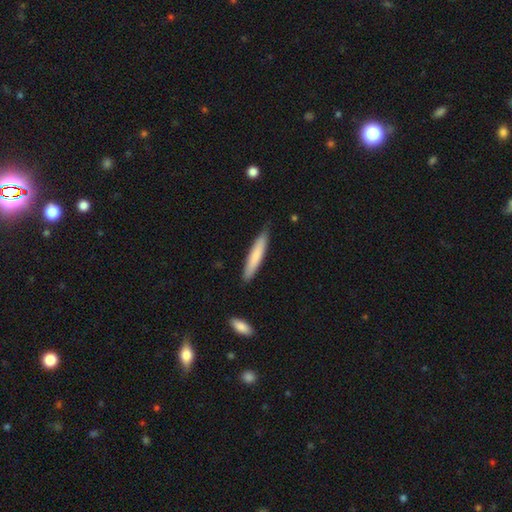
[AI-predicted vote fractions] smooth_or_featured: smooth (p=0.75) [alt: featured or disk p=0.20]
how_rounded: cigar-shaped (p=0.91) [alt: in between p=0.08]
merging: none (p=0.84) [alt: minor disturbance p=0.12]